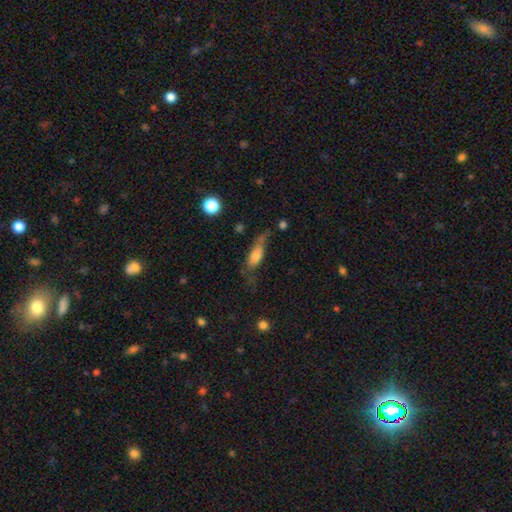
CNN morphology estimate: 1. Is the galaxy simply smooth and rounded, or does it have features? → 63% smooth, 28% featured or disk, 8% star or artifact.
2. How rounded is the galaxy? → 60% in between, 36% cigar-shaped, 4% round.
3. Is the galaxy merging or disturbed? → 40% none, 30% minor disturbance, 25% major disturbance, 5% merger.